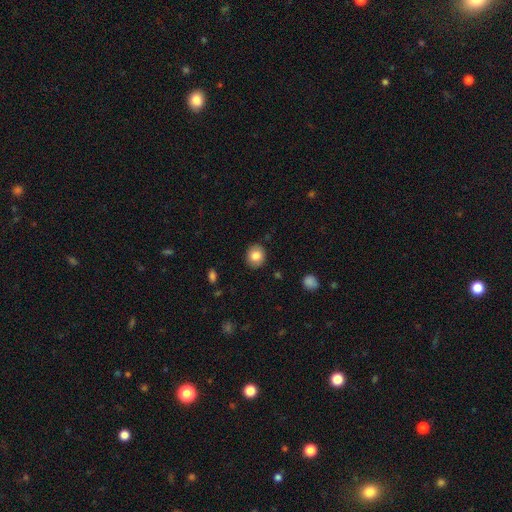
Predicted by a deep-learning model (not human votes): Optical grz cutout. It shows a smooth galaxy with no disk features (83%) that is round (72%). Merging: none (88%).